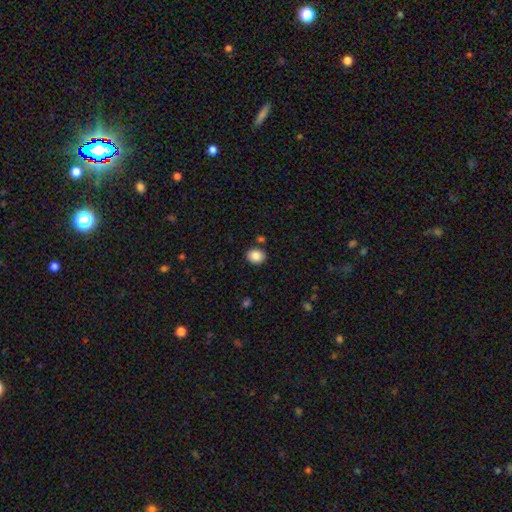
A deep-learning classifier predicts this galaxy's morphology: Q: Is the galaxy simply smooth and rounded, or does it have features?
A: smooth — 86%.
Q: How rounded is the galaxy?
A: round — 69%.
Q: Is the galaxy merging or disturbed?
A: none — 84%.